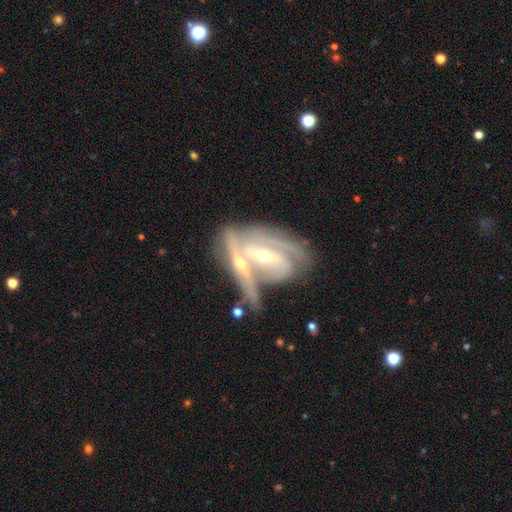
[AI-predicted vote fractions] Smooth or featured?
  - featured or disk: 85% *
  - smooth: 9%
  - star or artifact: 6%
Edge-on disk?
  - no: 89% *
  - yes: 11%
Bar?
  - strong: 39% *
  - weak: 36%
  - no: 25%
Spiral arms?
  - yes: 91% *
  - no: 9%
Spiral winding?
  - tight: 54% *
  - medium: 34%
  - loose: 12%
Spiral arm count?
  - 2: 51% *
  - can't tell: 24%
  - 3: 14%
  - 1: 5%
  - 4: 4%
  - more than 4: 3%
Bulge size?
  - moderate: 48% * (tied)
  - small: 48% * (tied)
  - large: 2%
  - none: 1%
  - dominant: 1%
Merging?
  - merger: 53% *
  - none: 30%
  - minor disturbance: 10%
  - major disturbance: 6%